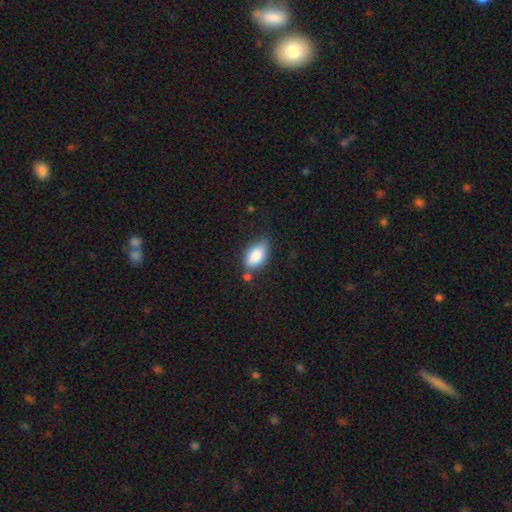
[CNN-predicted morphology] A smooth galaxy with no disk features (85%) that is in between round and cigar-shaped (91%). Merging: none (61%).